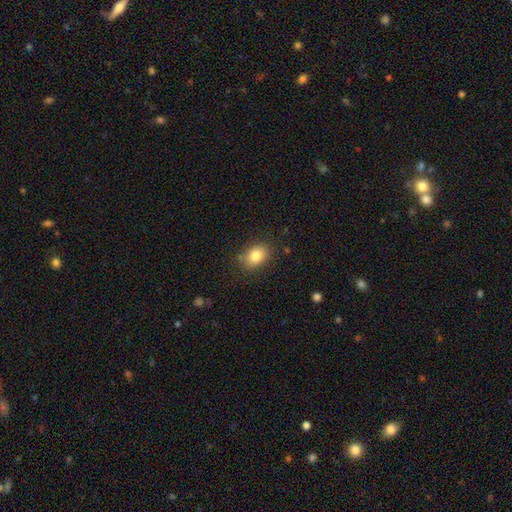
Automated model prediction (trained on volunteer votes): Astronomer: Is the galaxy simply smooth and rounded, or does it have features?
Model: smooth — 82%.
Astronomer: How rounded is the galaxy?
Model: in between — 76%.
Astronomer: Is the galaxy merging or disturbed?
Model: none — 83%.